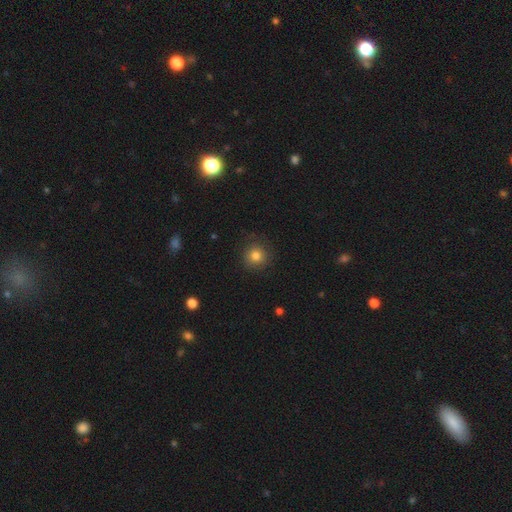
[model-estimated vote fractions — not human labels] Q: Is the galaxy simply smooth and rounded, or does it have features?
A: smooth — 81%.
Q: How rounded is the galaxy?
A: round — 92%.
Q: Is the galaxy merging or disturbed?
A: none — 85%.